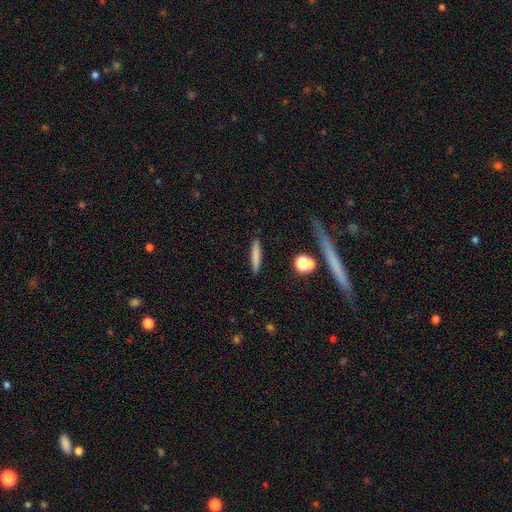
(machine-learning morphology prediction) This is likely a smooth galaxy (77%). How rounded: clearly cigar-shaped (90%). Merging: clearly none (88%).